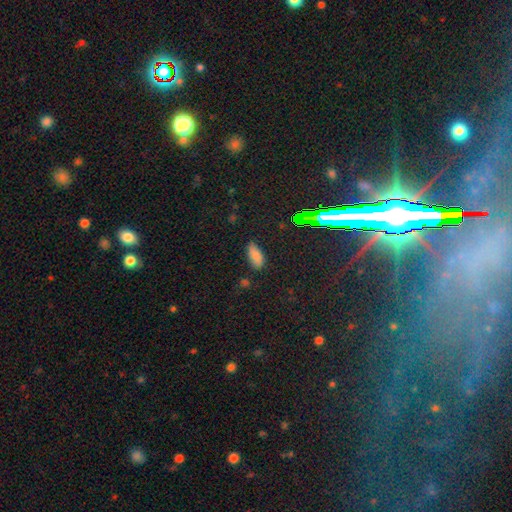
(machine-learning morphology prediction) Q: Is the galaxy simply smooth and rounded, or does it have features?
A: smooth — 77%.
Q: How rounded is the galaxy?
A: in between — 84%.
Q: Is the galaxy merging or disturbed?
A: none — 75%.